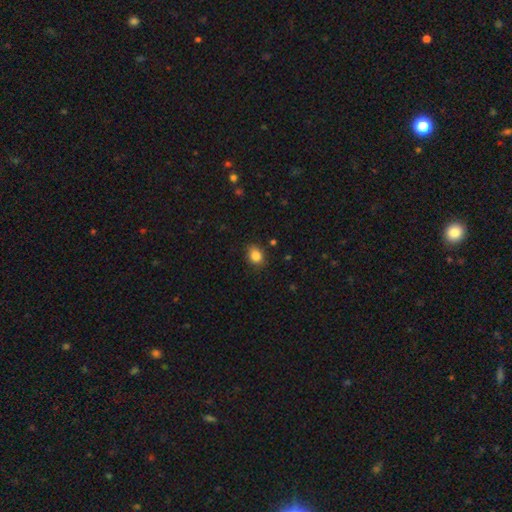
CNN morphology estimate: A smooth galaxy with no disk features (85%) that is round (53%).

Vote fractions:
- Smooth or featured? smooth: 85% / star or artifact: 10% / featured or disk: 5%
- How rounded? round: 53% / in between: 46% / cigar-shaped: 1%
- Merging? none: 81% / minor disturbance: 15% / major disturbance: 3% / merger: 2%